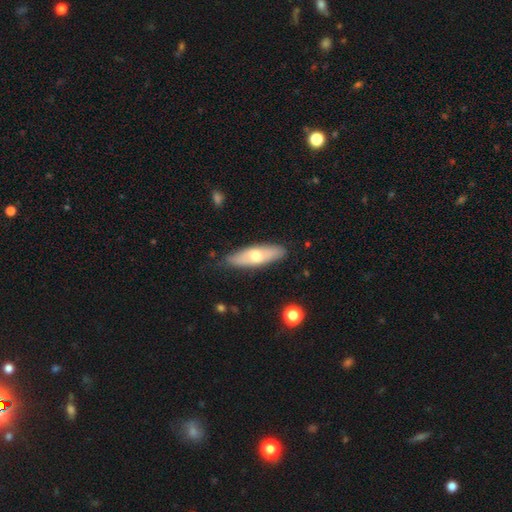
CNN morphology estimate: Smooth or featured?
  - smooth: 52% *
  - featured or disk: 42%
  - star or artifact: 6%
How rounded?
  - in between: 52% *
  - cigar-shaped: 45%
  - round: 2%
Merging?
  - none: 83% *
  - minor disturbance: 13%
  - major disturbance: 3%
  - merger: 1%